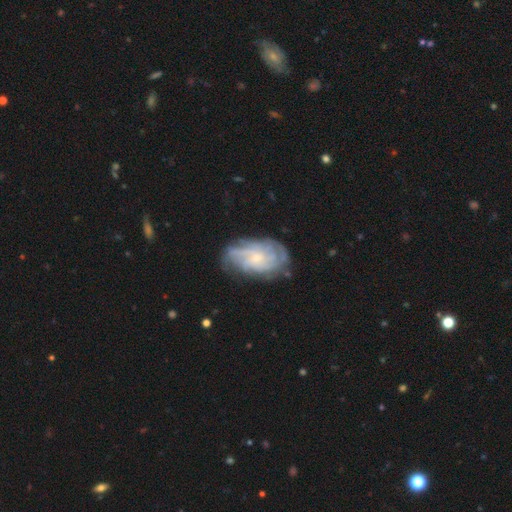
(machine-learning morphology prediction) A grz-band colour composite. It shows a featured or disk galaxy (69%) with no bar (76%), tight (64%) spiral arms (89%) and a small central bulge (68%). Merging: none (72%).